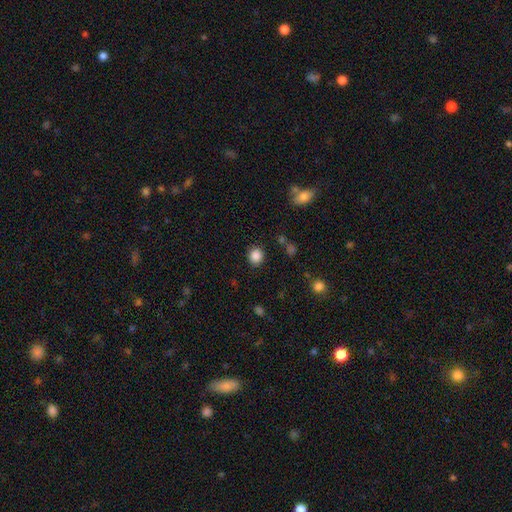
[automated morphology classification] smooth_or_featured: smooth (p=0.86) [alt: star or artifact p=0.10]
how_rounded: round (p=0.81) [alt: in between p=0.18]
merging: none (p=0.87) [alt: minor disturbance p=0.08]